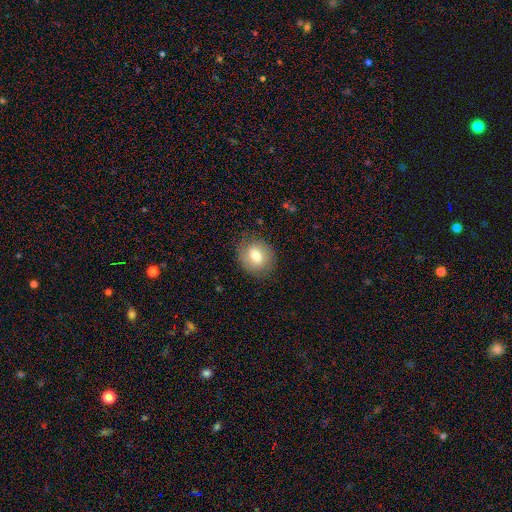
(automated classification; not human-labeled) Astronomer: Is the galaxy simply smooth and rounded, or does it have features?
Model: smooth — 72%.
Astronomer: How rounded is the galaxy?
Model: round — 64%.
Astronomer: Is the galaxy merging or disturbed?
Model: none — 83%.